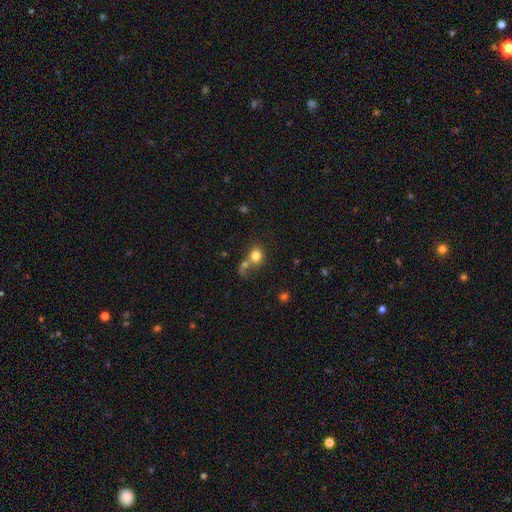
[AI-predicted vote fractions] A smooth galaxy with no disk features (77%) that is round (72%).

Vote fractions:
- Smooth or featured? smooth: 77% / star or artifact: 12% / featured or disk: 11%
- How rounded? round: 72% / in between: 27% / cigar-shaped: 1%
- Merging? merger: 43% / none: 39% / minor disturbance: 10% / major disturbance: 8%